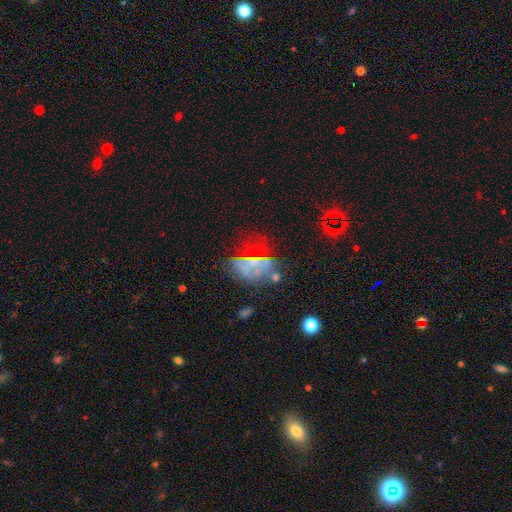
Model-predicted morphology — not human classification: This is marginally a featured or disk galaxy (40%). Merging: marginally none (42%).